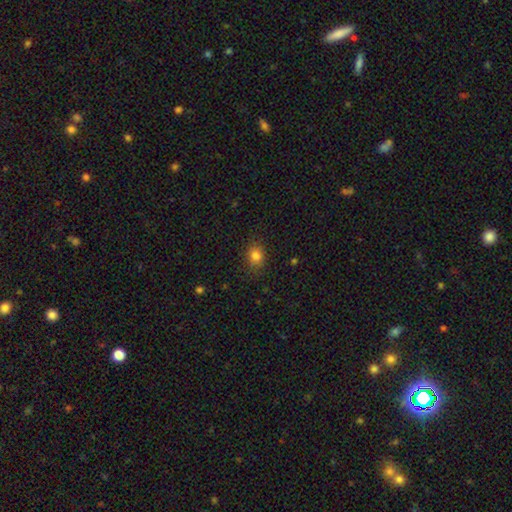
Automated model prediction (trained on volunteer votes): Morphology: type=smooth (81%); roundness=round (55%); merging=none (81%).